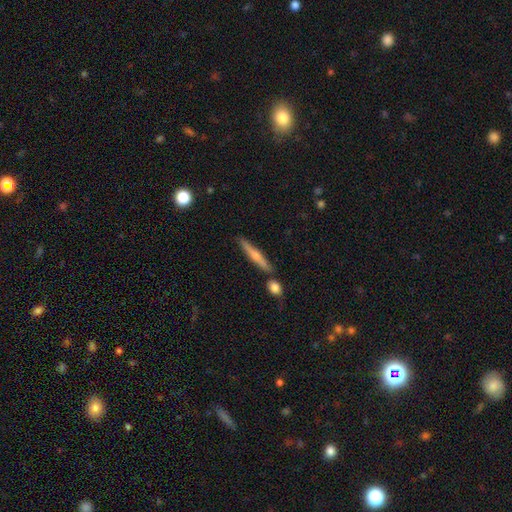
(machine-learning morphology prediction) Smooth or featured?
  - featured or disk: 50% *
  - smooth: 44%
  - star or artifact: 6%
Edge-on disk?
  - yes: 95% *
  - no: 5%
Merging?
  - none: 78% *
  - minor disturbance: 10%
  - merger: 9%
  - major disturbance: 2%